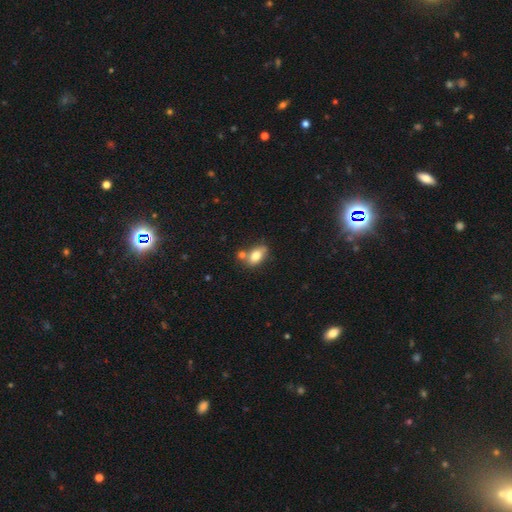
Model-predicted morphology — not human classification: Overall: smooth (77%). How rounded: in between (85%). Merging: none (53%; merger 27%).